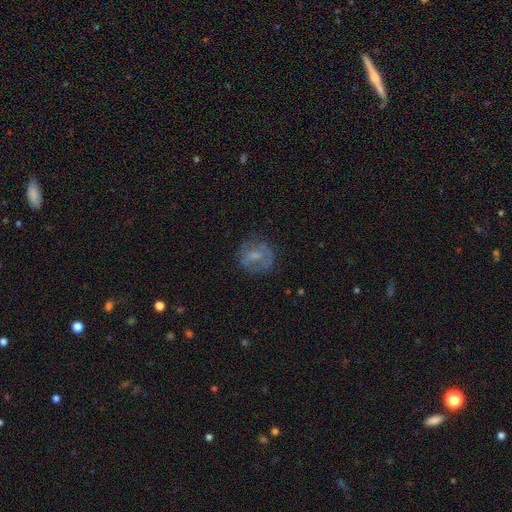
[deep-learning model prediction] smooth-or-featured: featured or disk: 45% | smooth: 44% | star or artifact: 11%
  merging: none: 68% | minor disturbance: 19% | major disturbance: 11% | merger: 2%